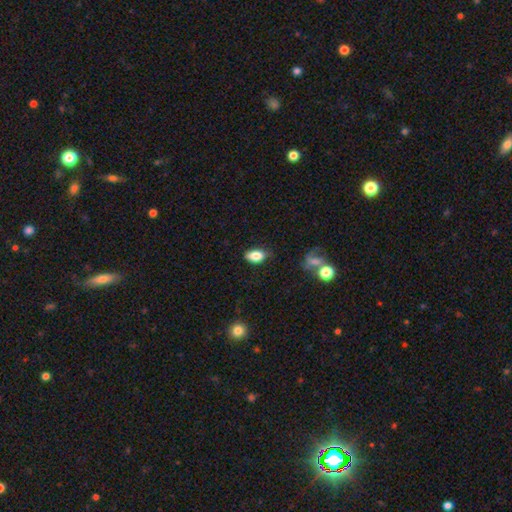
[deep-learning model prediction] Smooth or featured? smooth (82%)
How rounded? in between (90%)
Merging? none (77%)